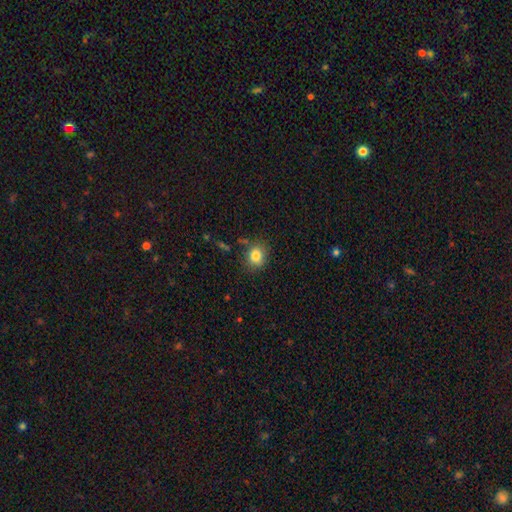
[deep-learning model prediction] Q: Smooth or featured?
A: smooth (83%); runner-up: star or artifact (11%)
Q: How rounded?
A: round (64%); runner-up: in between (35%)
Q: Merging?
A: none (79%); runner-up: minor disturbance (14%)